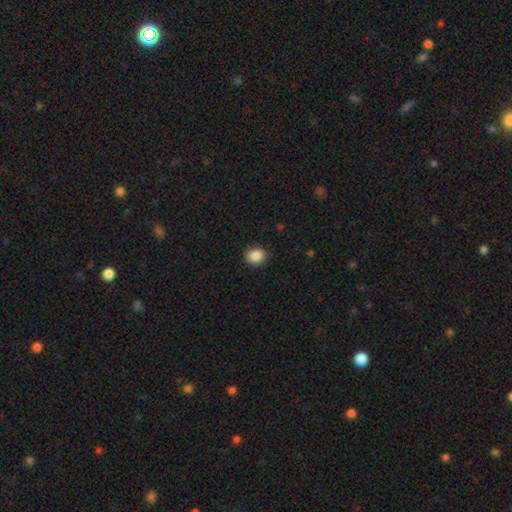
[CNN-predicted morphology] Smooth or featured? Predicted: smooth (p=0.87). How rounded? Predicted: round (p=0.70). Merging? Predicted: none (p=0.86).